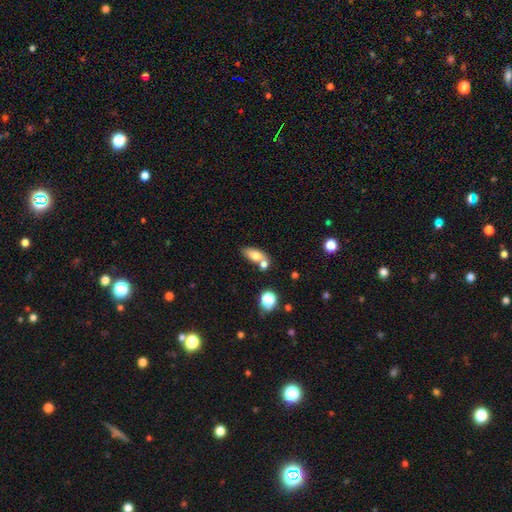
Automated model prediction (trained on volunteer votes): A smooth galaxy with no disk features (75%) that is in between round and cigar-shaped (82%).

Vote fractions:
- Smooth or featured? smooth: 75% / featured or disk: 15% / star or artifact: 10%
- How rounded? in between: 82% / cigar-shaped: 9% / round: 9%
- Merging? none: 48% / merger: 34% / minor disturbance: 13% / major disturbance: 5%